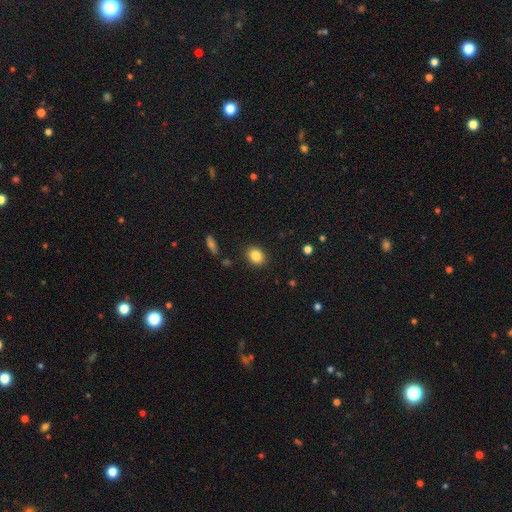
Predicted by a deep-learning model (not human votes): Smooth or featured?
  - smooth: 85% *
  - star or artifact: 9%
  - featured or disk: 6%
How rounded?
  - round: 51% *
  - in between: 48%
  - cigar-shaped: 1%
Merging?
  - none: 88% *
  - minor disturbance: 8%
  - major disturbance: 2%
  - merger: 2%